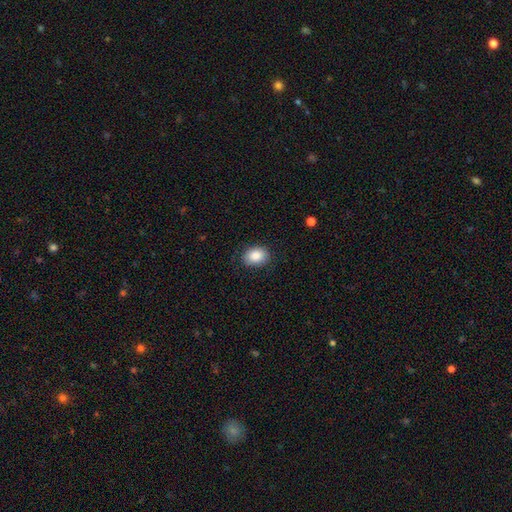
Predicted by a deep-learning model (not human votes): A smooth galaxy with no disk features (88%) that is in between round and cigar-shaped (71%).

Vote fractions:
- Smooth or featured? smooth: 88% / star or artifact: 8% / featured or disk: 5%
- How rounded? in between: 71% / round: 28% / cigar-shaped: 1%
- Merging? none: 84% / minor disturbance: 12% / major disturbance: 3% / merger: 1%